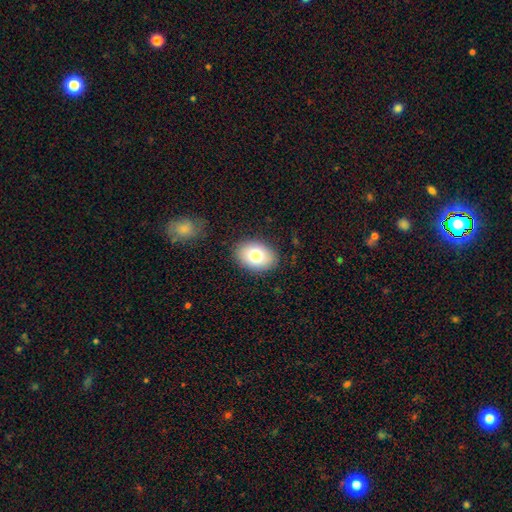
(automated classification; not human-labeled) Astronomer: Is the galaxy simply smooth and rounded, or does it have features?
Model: smooth — 79%.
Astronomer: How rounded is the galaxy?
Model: in between — 77%.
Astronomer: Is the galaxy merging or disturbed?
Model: none — 87%.